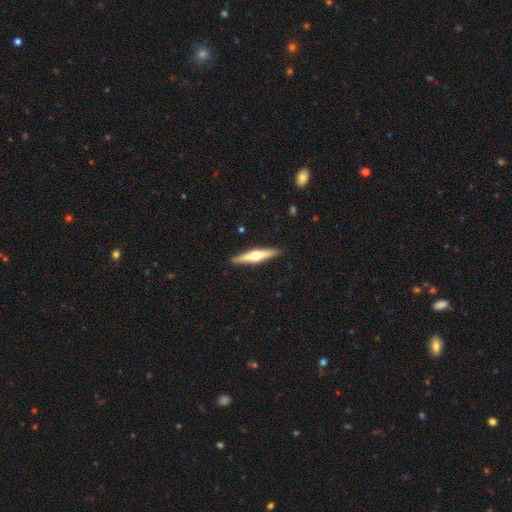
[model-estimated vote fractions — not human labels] This is likely a featured or disk galaxy (65%). It is clearly viewed edge-on (97%). Edge-on bulge: clearly rounded (95%). Merging: clearly none (90%).